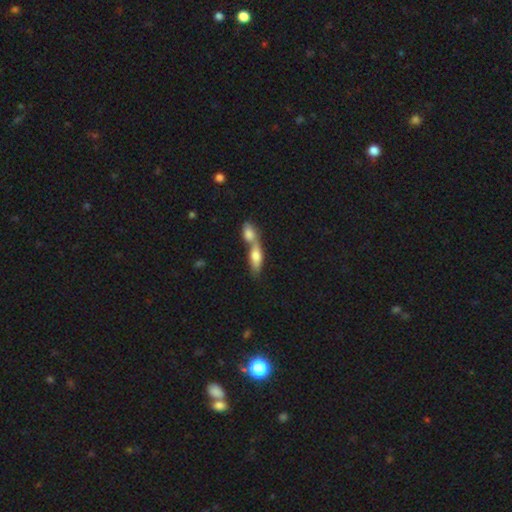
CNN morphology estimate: The model was most divided on "how rounded": in between: 67%, cigar-shaped: 28%, round: 5%. More confident: merging — merger (74%); smooth or featured — smooth (71%).